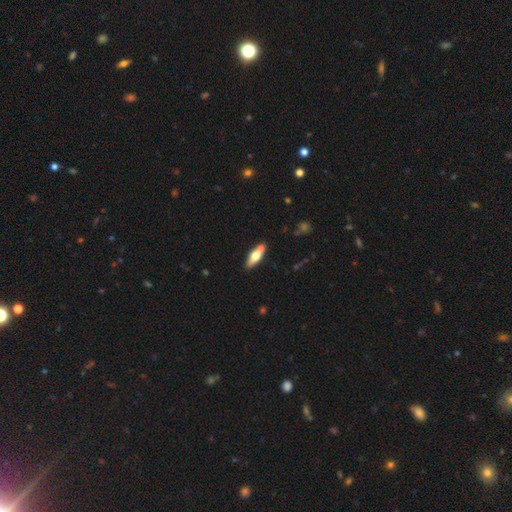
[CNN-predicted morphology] A smooth galaxy with no disk features (58%) that is in between round and cigar-shaped (55%).

Vote fractions:
- Smooth or featured? smooth: 58% / featured or disk: 36% / star or artifact: 6%
- How rounded? in between: 55% / cigar-shaped: 43% / round: 2%
- Merging? none: 70% / merger: 14% / minor disturbance: 13% / major disturbance: 3%